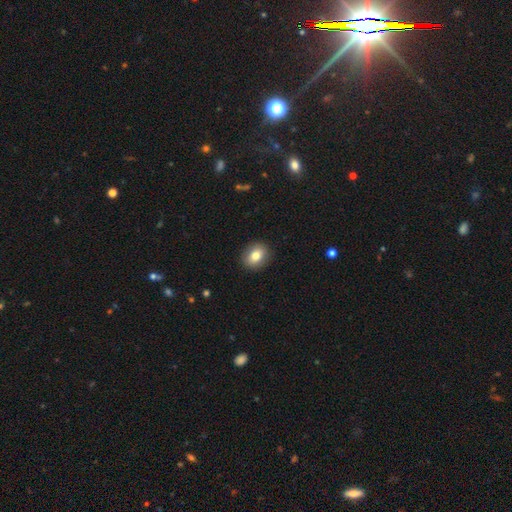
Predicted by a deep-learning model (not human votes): Smooth or featured?
  - smooth: 79% *
  - featured or disk: 12%
  - star or artifact: 9%
How rounded?
  - round: 53% *
  - in between: 46%
  - cigar-shaped: 1%
Merging?
  - none: 90% *
  - minor disturbance: 7%
  - major disturbance: 2%
  - merger: 1%